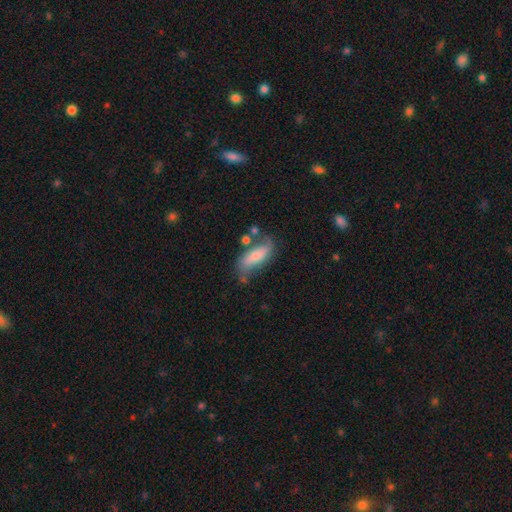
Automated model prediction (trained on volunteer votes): Smooth or featured? Predicted: smooth (p=0.55). How rounded? Predicted: in between (p=0.69). Merging? Predicted: none (p=0.56).